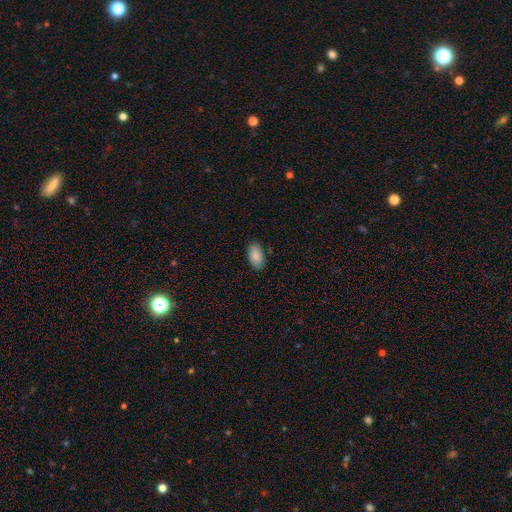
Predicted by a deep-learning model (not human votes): Smooth or featured: smooth — 88% (star or artifact — 6%)
How rounded: in between — 94% (round — 3%)
Merging: none — 86% (minor disturbance — 11%)